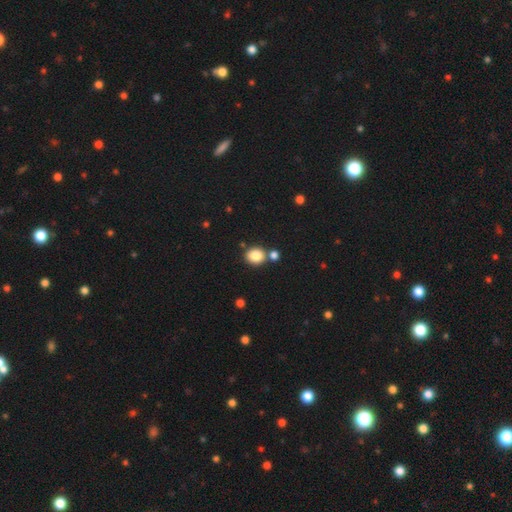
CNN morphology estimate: Overall: smooth (84%). How rounded: round (71%). Merging: none (71%).